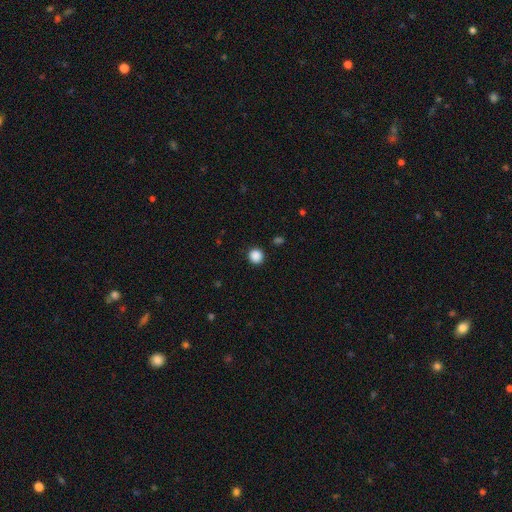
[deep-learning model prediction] Morphology: type=smooth (88%); roundness=round (93%); merging=none (91%).